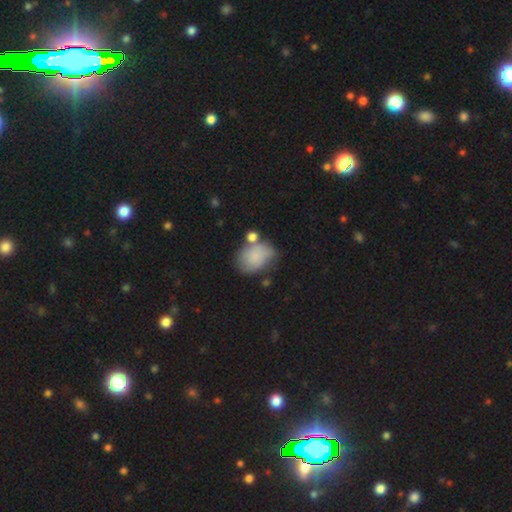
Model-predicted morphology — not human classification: Smooth or featured? smooth (71%)
How rounded? in between (69%)
Merging? none (48%)